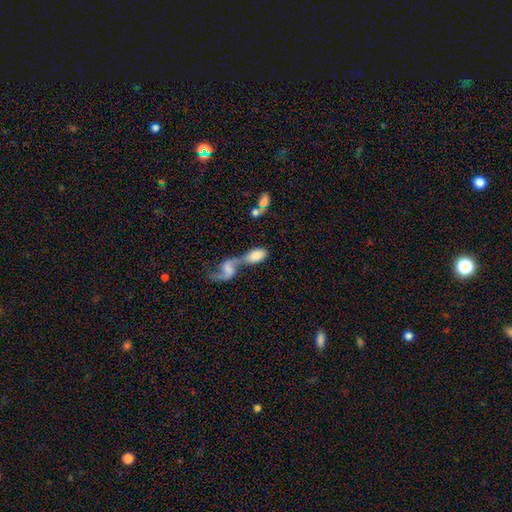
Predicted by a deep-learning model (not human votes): A smooth galaxy with no disk features (64%) that is in between round and cigar-shaped (90%). Merging: merger (74%).